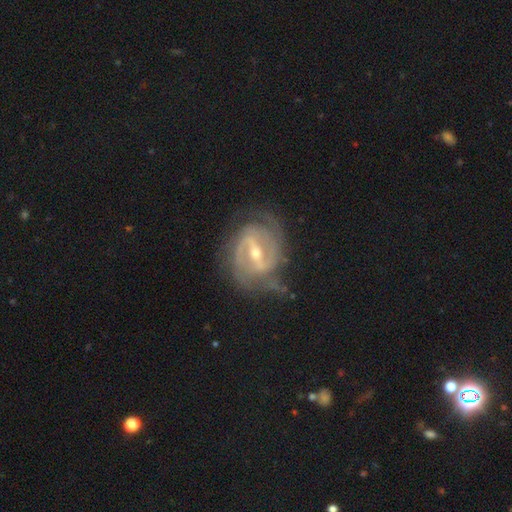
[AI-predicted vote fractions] Smooth or featured? featured or disk (88%)
Edge-on disk? no (96%)
Bar? strong (54%)
Spiral arms? yes (96%)
Spiral winding? tight (55%)
Spiral arm count? 2 (50%)
Bulge size? moderate (49%)
Merging? none (69%)